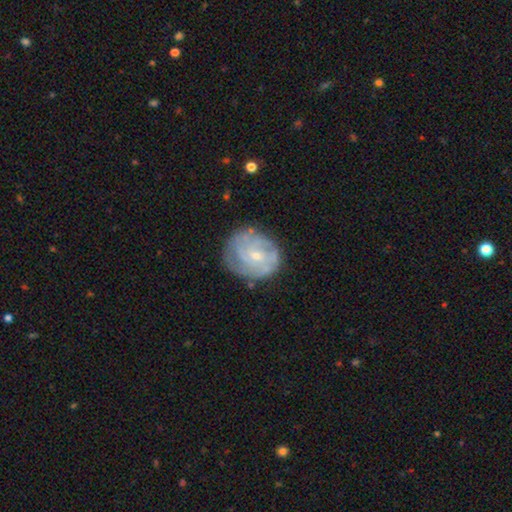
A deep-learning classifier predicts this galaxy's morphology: The model was most divided on "spiral winding": tight: 60%, medium: 29%, loose: 11%. More confident: edge-on disk — no (98%); spiral arms — yes (78%); merging — none (72%); smooth or featured — featured or disk (69%); bar — no (68%); bulge size — small (67%); spiral arm count — can't tell (50%).